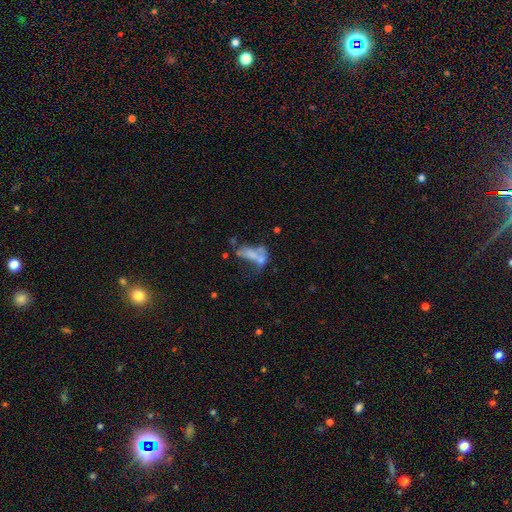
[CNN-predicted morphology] Smooth or featured? smooth (45%)
Merging? merger (45%)